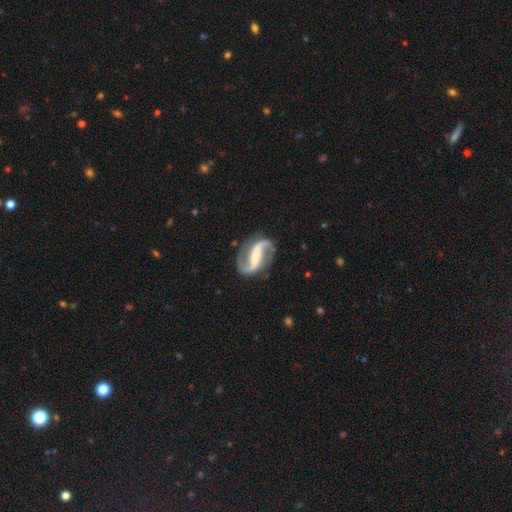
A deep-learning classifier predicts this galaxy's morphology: A featured or disk galaxy (91%) with a strong bar (62%), 2 (94%) loose (48%) spiral arms (97%) and a small central bulge (36%). Merging: none (84%).